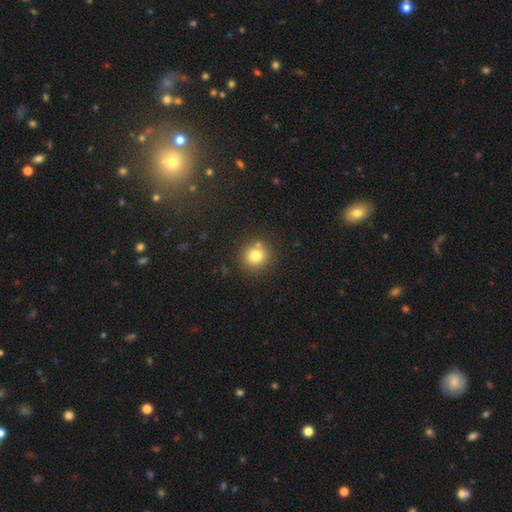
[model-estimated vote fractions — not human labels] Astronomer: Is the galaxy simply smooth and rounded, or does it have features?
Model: smooth — 79%.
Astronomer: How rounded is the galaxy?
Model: round — 91%.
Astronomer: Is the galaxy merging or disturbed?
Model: none — 80%.